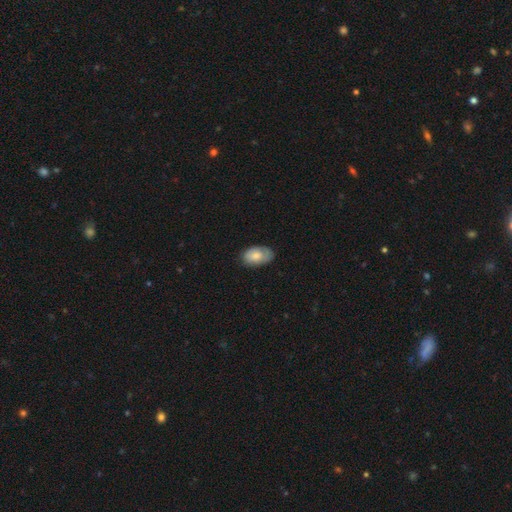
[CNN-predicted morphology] Smooth or featured? smooth (75%)
How rounded? in between (93%)
Merging? none (69%)